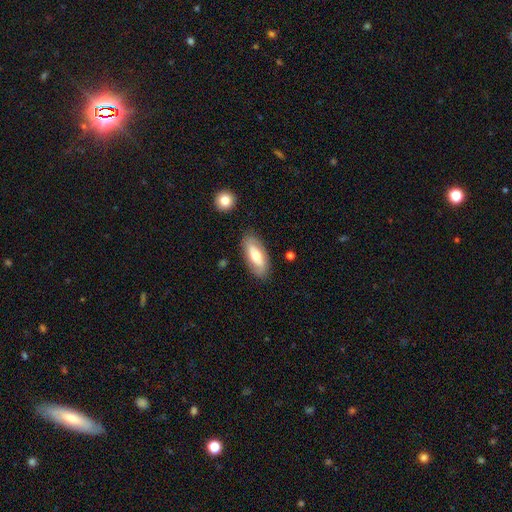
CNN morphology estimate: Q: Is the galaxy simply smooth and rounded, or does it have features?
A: smooth — 58%.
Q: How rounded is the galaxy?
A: in between — 86%.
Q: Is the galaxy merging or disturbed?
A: none — 83%.